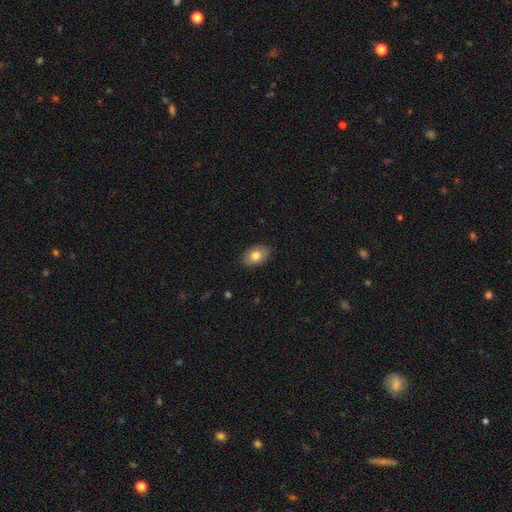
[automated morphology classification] smooth 79%, featured or disk 14%, star or artifact 7%. Down the decision tree: how rounded — in between (88%); merging — none (88%).